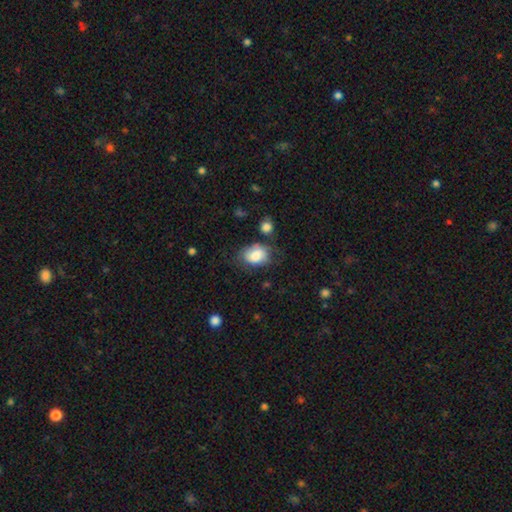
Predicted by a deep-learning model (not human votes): Q: Smooth or featured?
A: smooth (78%); runner-up: featured or disk (14%)
Q: How rounded?
A: in between (72%); runner-up: round (27%)
Q: Merging?
A: none (55%); runner-up: minor disturbance (27%)